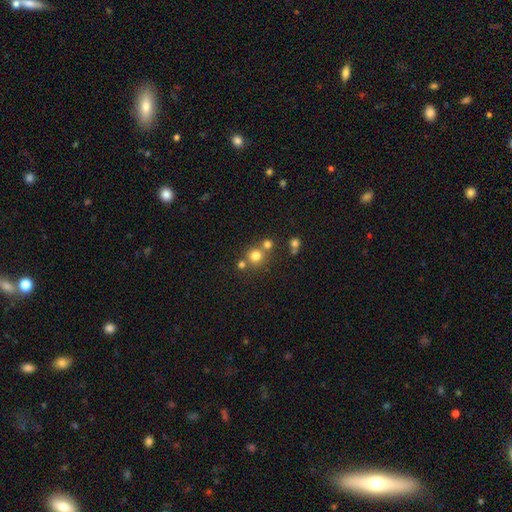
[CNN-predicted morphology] smooth-or-featured: smooth: 75% | star or artifact: 16% | featured or disk: 9%
  how-rounded: round: 91% | in between: 8% | cigar-shaped: 1%
  merging: none: 65% | merger: 24% | minor disturbance: 8% | major disturbance: 3%